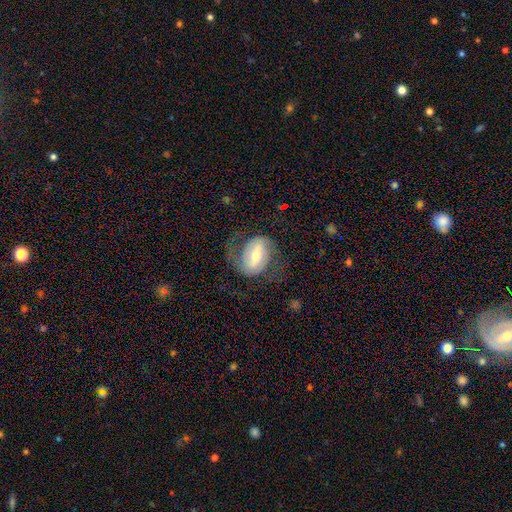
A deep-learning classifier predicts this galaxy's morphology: A featured or disk galaxy (76%) with a weak bar (43%), 2 (89%) medium (46%) spiral arms (91%) and a moderate central bulge (59%).

Vote fractions:
- Smooth or featured? featured or disk: 76% / smooth: 17% / star or artifact: 6%
- Edge-on disk? no: 97% / yes: 3%
- Bar? weak: 43% / strong: 42% / no: 15%
- Spiral arms? yes: 91% / no: 9%
- Spiral winding? medium: 46% / loose: 38% / tight: 16%
- Spiral arm count? 2: 89% / can't tell: 5% / 1: 3% / 3: 1% / 4: 1% / more than 4: 1%
- Bulge size? moderate: 59% / small: 27% / large: 10% / none: 2% / dominant: 2%
- Merging? none: 65% / minor disturbance: 17% / major disturbance: 16% / merger: 1%